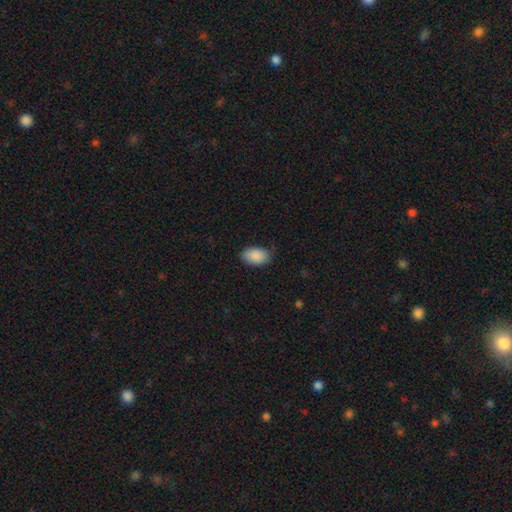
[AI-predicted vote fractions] This is clearly a smooth galaxy (89%). How rounded: clearly in between (92%). Merging: likely none (79%).